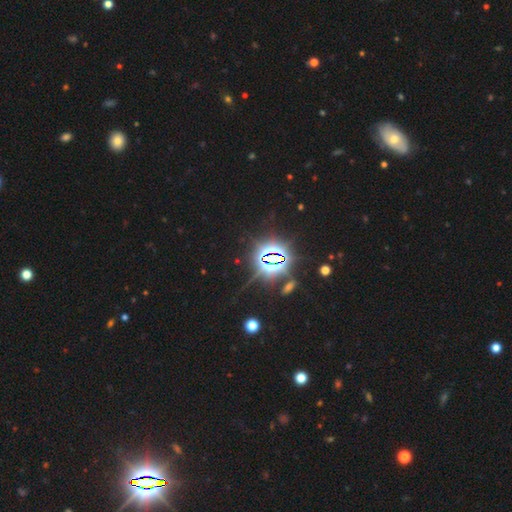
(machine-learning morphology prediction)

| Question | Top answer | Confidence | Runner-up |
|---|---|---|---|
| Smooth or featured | star or artifact | 80% | smooth (12%) |